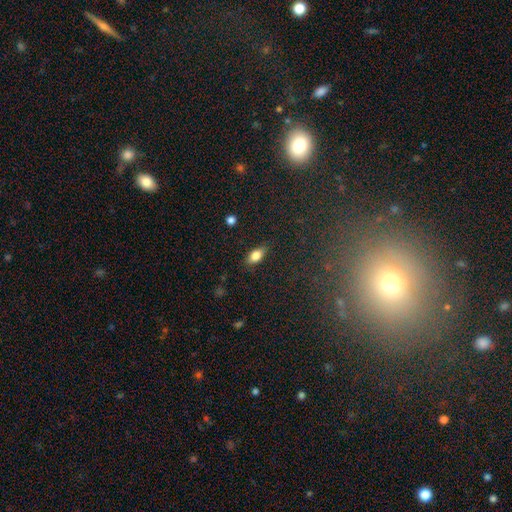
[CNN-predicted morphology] Q: Smooth or featured?
A: smooth (82%); runner-up: featured or disk (10%)
Q: How rounded?
A: in between (88%); runner-up: cigar-shaped (6%)
Q: Merging?
A: none (84%); runner-up: minor disturbance (12%)